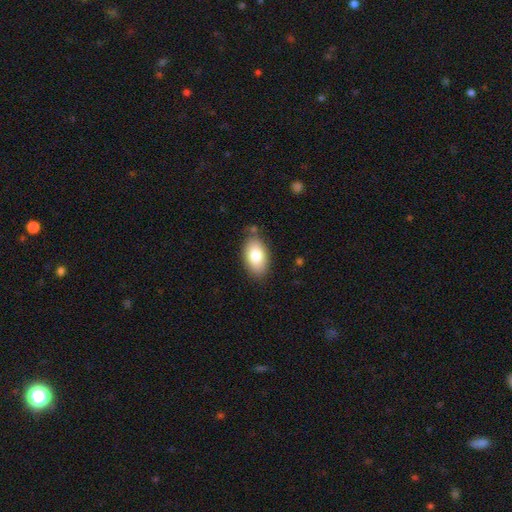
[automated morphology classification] The model was most divided on "merging": none: 80%, minor disturbance: 14%, major disturbance: 3%, merger: 3%. More confident: how rounded — in between (93%); smooth or featured — smooth (80%).